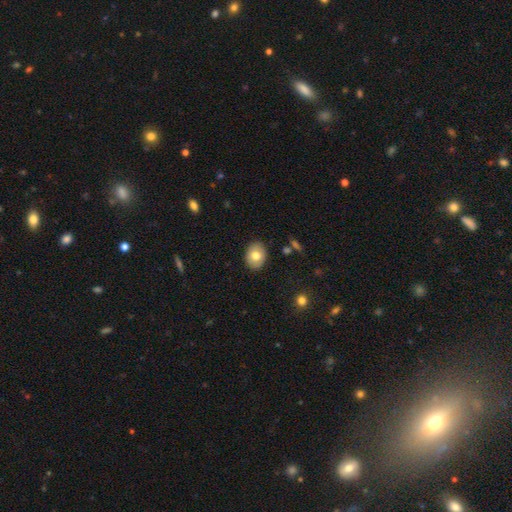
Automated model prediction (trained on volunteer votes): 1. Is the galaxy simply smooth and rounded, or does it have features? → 75% smooth, 17% featured or disk, 8% star or artifact.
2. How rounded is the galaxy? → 63% in between, 36% round, 1% cigar-shaped.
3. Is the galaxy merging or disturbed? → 88% none, 9% minor disturbance, 2% major disturbance, 1% merger.